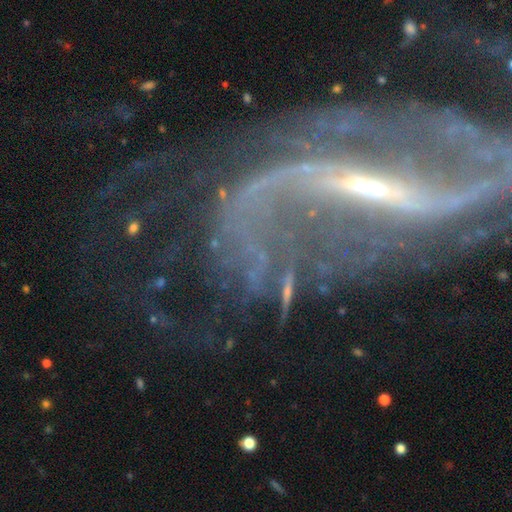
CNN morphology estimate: A featured or disk galaxy (81%) with a strong bar (55%), 2 (51%) loose (52%) spiral arms (84%) and a small central bulge (60%). Merging: none (41%).